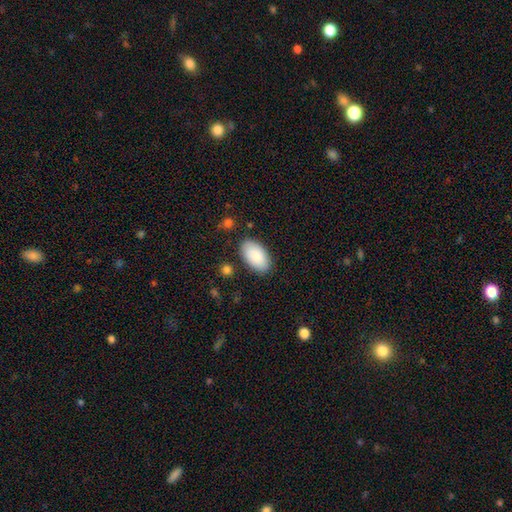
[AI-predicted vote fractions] Smooth or featured? smooth (88%)
How rounded? in between (96%)
Merging? none (84%)